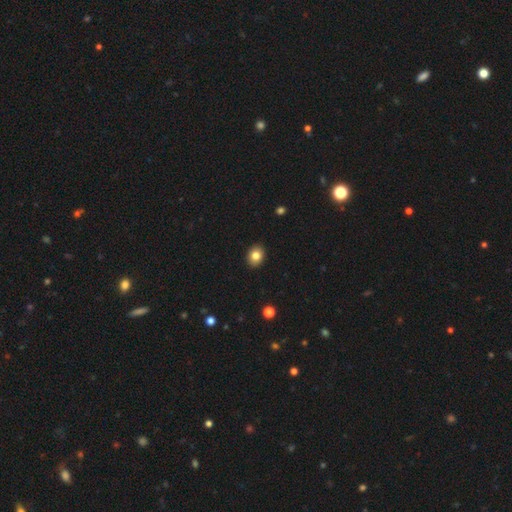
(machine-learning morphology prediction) smooth 83%, star or artifact 10%, featured or disk 8%. Down the decision tree: how rounded — in between (51%); merging — none (91%).